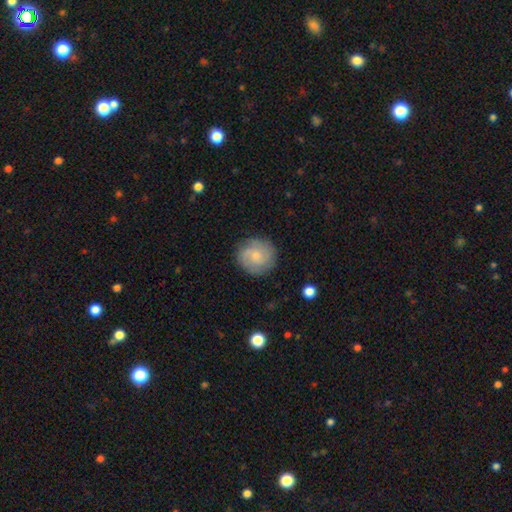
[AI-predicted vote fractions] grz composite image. It shows a featured or disk galaxy (48%). Merging: none (84%).